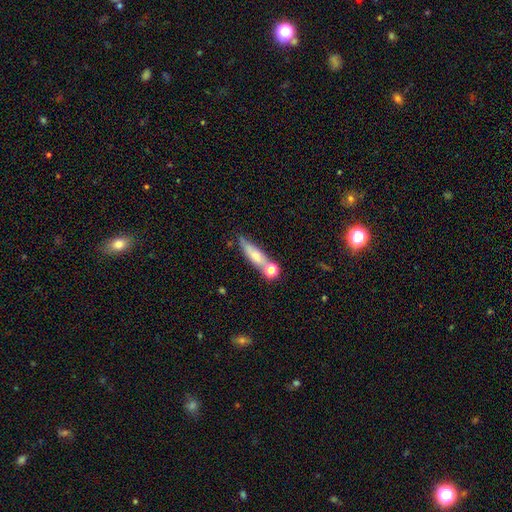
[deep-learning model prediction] Overall: smooth (64%; featured or disk 26%). How rounded: cigar-shaped (60%; in between 33%). Merging: none (48%; merger 25%).